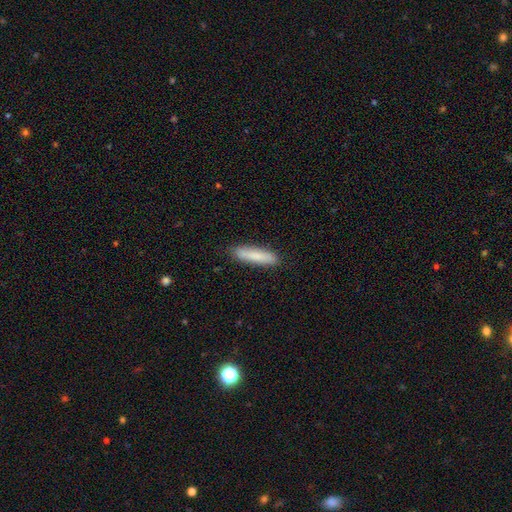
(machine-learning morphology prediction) smooth-or-featured: smooth: 83% | featured or disk: 11% | star or artifact: 6%
  how-rounded: cigar-shaped: 83% | in between: 16% | round: 1%
  merging: none: 88% | minor disturbance: 9% | major disturbance: 2% | merger: 1%